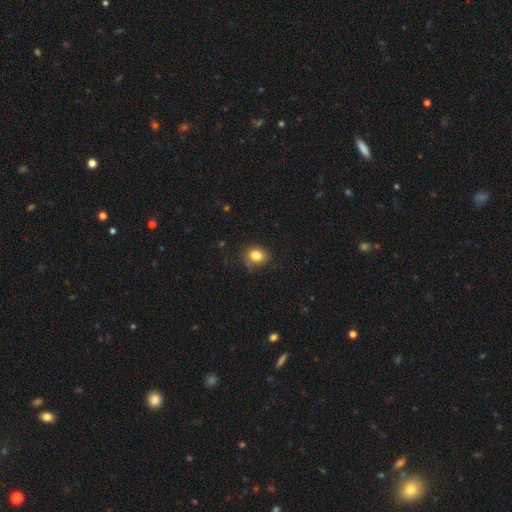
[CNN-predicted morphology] A smooth galaxy with no disk features (82%) that is round (67%). Merging: none (79%).